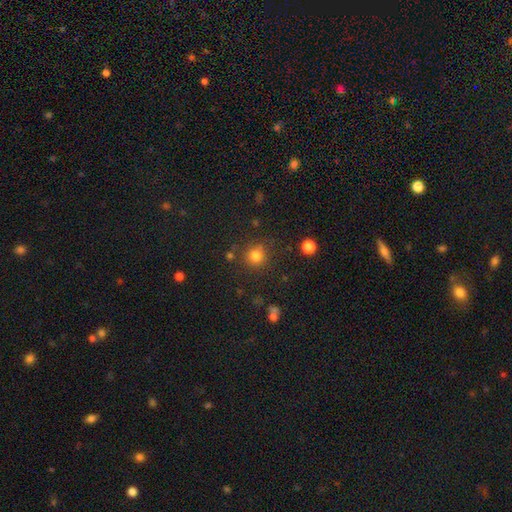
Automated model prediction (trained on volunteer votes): Smooth or featured: smooth — 80% (star or artifact — 15%)
How rounded: round — 92% (in between — 7%)
Merging: none — 82% (minor disturbance — 9%)